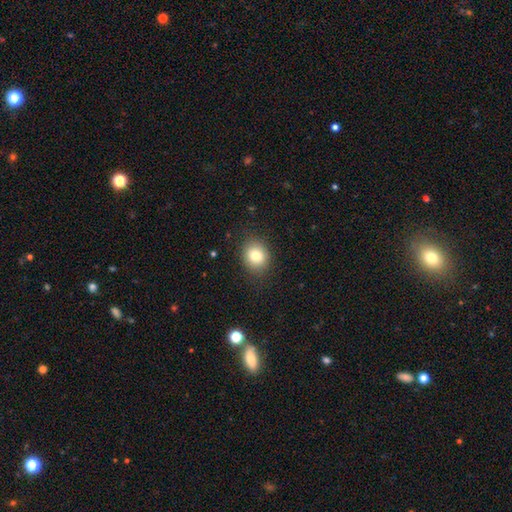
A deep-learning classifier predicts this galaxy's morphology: Q: Smooth or featured?
A: smooth (80%); runner-up: star or artifact (11%)
Q: How rounded?
A: round (65%); runner-up: in between (34%)
Q: Merging?
A: none (87%); runner-up: minor disturbance (9%)